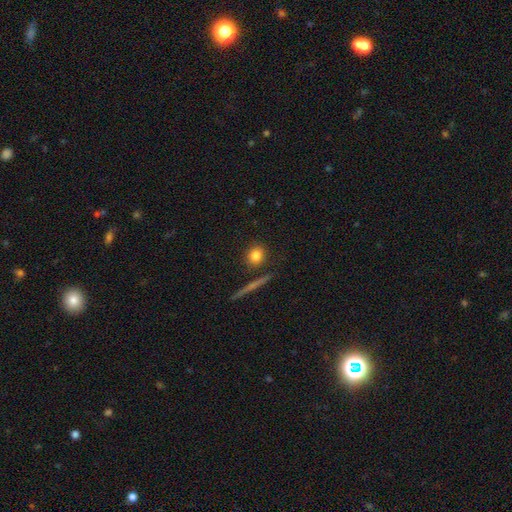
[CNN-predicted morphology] Smooth or featured?
  - smooth: 81% *
  - star or artifact: 10%
  - featured or disk: 9%
How rounded?
  - round: 80% *
  - in between: 16%
  - cigar-shaped: 4%
Merging?
  - none: 82% *
  - minor disturbance: 9%
  - merger: 6%
  - major disturbance: 3%